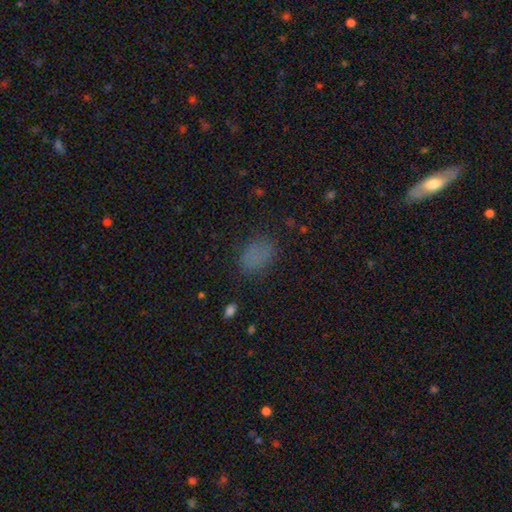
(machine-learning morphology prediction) This appears to be a smooth galaxy with no disk features (78%) that is in between round and cigar-shaped (81%). Merging: none (77%).